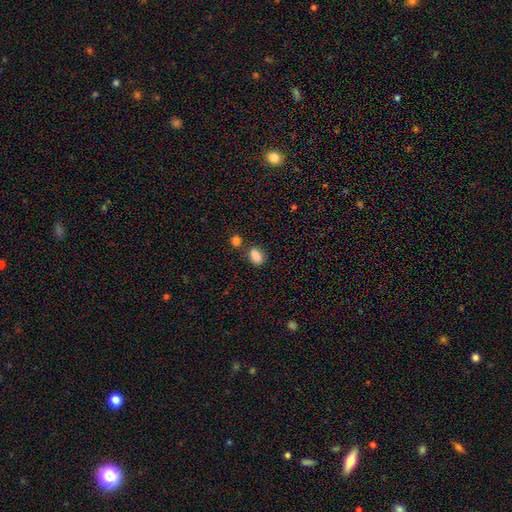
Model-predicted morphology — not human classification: The model was most divided on "merging": none: 70%, merger: 14%, minor disturbance: 13%, major disturbance: 4%. More confident: smooth or featured — smooth (85%); how rounded — in between (82%).